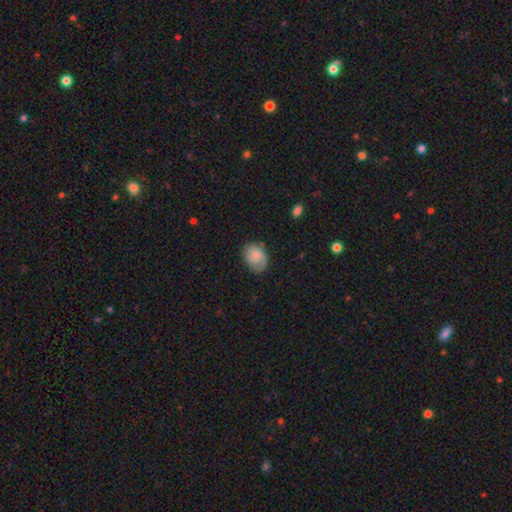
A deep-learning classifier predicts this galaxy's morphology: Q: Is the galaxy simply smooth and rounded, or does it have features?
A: smooth — 72%.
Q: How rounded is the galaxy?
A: in between — 63%.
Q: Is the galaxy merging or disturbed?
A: none — 66%.